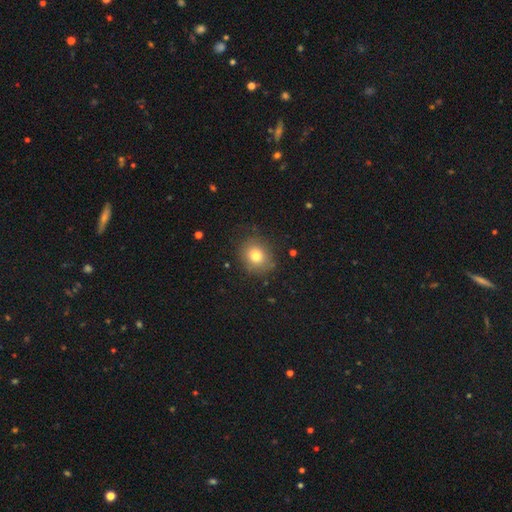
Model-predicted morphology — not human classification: A smooth galaxy with no disk features (79%) that is round (72%).

Vote fractions:
- Smooth or featured? smooth: 79% / star or artifact: 12% / featured or disk: 10%
- How rounded? round: 72% / in between: 27% / cigar-shaped: 1%
- Merging? none: 83% / minor disturbance: 12% / major disturbance: 4% / merger: 1%